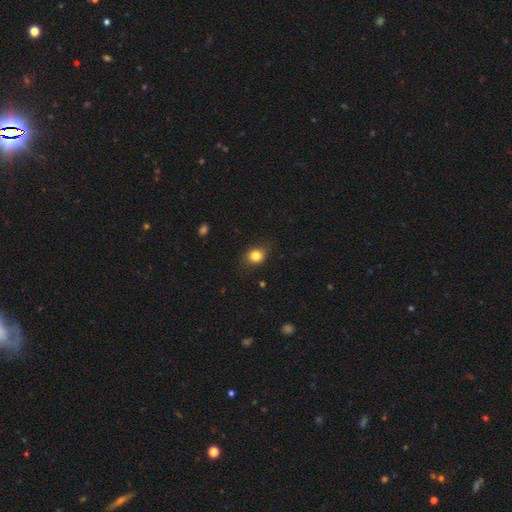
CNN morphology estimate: This is clearly a smooth galaxy (82%). How rounded: likely round (61%). Merging: clearly none (80%).